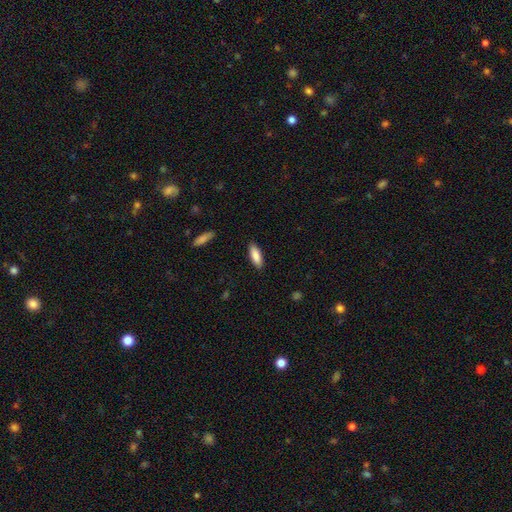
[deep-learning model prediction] A smooth galaxy with no disk features (86%) that is in between round and cigar-shaped (62%).

Vote fractions:
- Smooth or featured? smooth: 86% / featured or disk: 8% / star or artifact: 6%
- How rounded? in between: 62% / cigar-shaped: 36% / round: 2%
- Merging? none: 88% / minor disturbance: 9% / major disturbance: 2% / merger: 1%